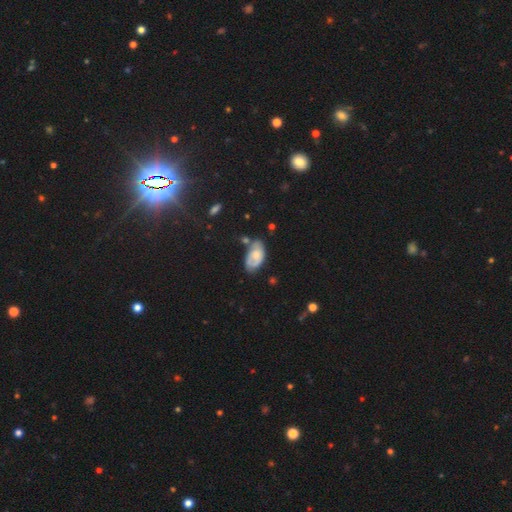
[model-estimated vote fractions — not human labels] A smooth galaxy with no disk features (54%) that is in between round and cigar-shaped (93%). Merging: none (46%).